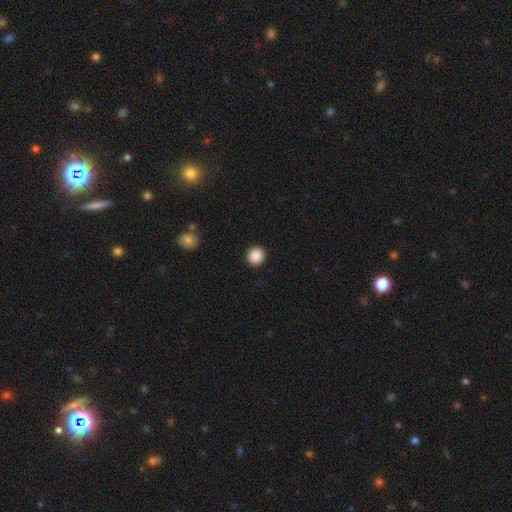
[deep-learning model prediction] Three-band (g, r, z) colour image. It shows a smooth galaxy with no disk features (88%) that is round (89%). Merging: none (92%).